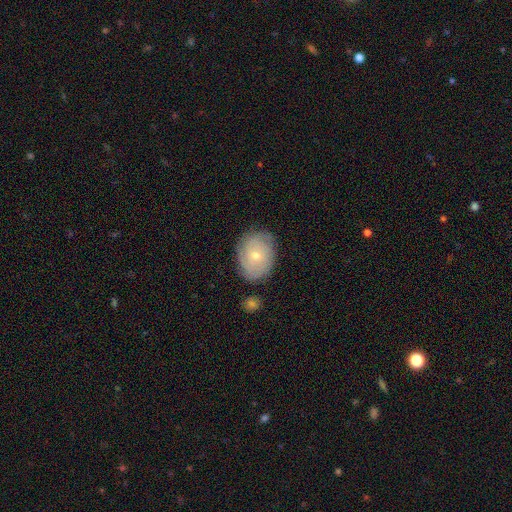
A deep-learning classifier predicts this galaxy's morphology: Smooth or featured? featured or disk (55%)
Edge-on disk? no (96%)
Bar? no (79%)
Spiral arms? yes (80%)
Bulge size? small (59%)
Merging? none (76%)